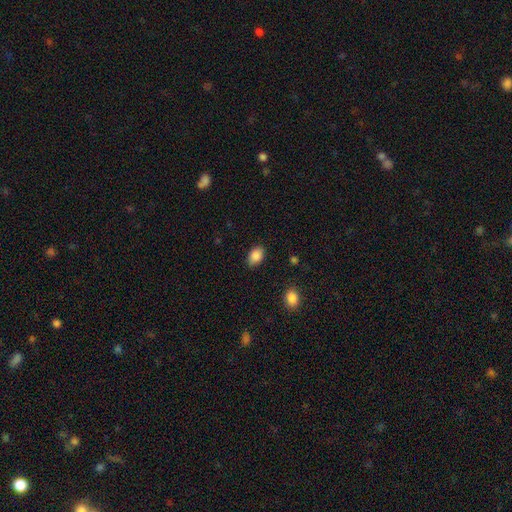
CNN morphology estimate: Smooth or featured: smooth — 88% (star or artifact — 8%)
How rounded: in between — 82% (round — 17%)
Merging: none — 84% (minor disturbance — 12%)